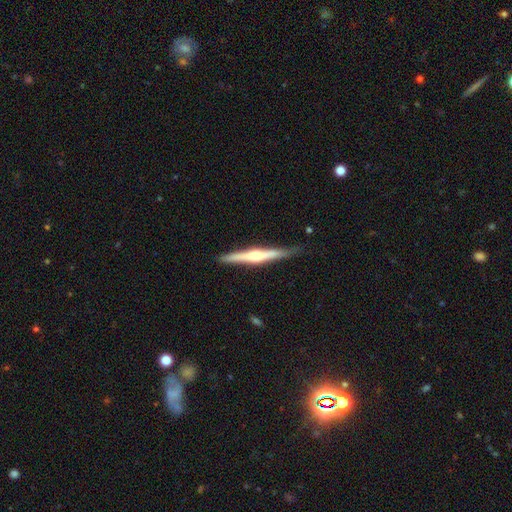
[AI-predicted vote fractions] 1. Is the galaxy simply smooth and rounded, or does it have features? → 68% featured or disk, 27% smooth, 5% star or artifact.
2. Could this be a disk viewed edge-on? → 98% yes, 2% no.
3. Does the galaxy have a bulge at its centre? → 73% rounded, 17% boxy, 10% none.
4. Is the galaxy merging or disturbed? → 85% none, 12% minor disturbance, 2% major disturbance, 1% merger.